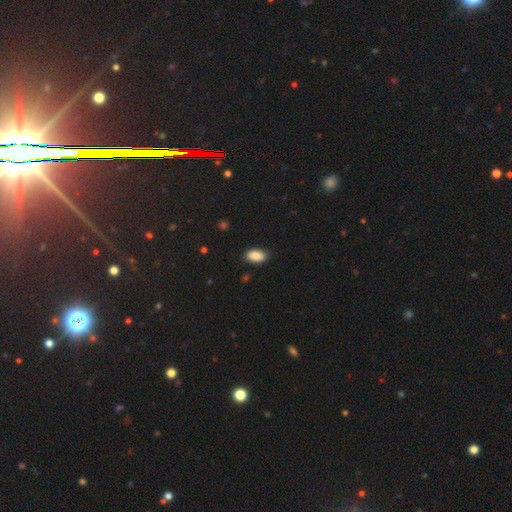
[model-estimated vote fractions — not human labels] smooth_or_featured: smooth (p=0.89) [alt: star or artifact p=0.07]
how_rounded: in between (p=0.94) [alt: round p=0.04]
merging: none (p=0.87) [alt: minor disturbance p=0.10]